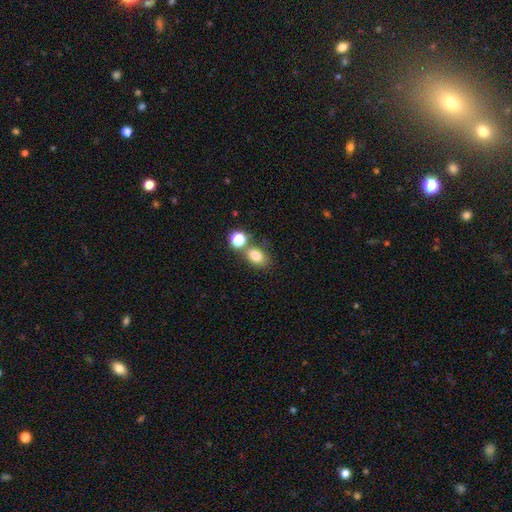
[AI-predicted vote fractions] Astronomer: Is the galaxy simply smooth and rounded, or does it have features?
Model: smooth — 79%.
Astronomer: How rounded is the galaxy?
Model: in between — 69%.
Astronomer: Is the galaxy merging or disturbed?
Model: none — 60%.